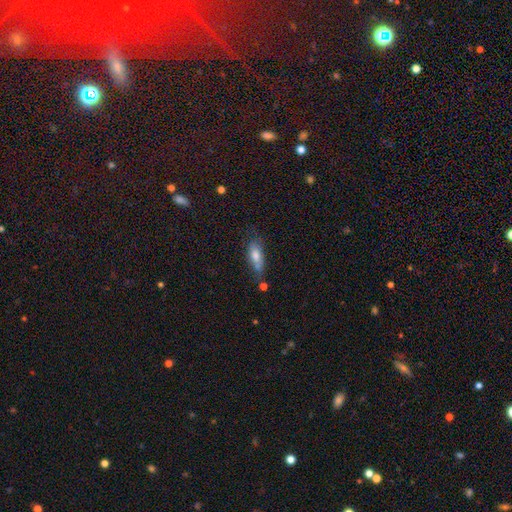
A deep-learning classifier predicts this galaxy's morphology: Smooth or featured: smooth — 63% (featured or disk — 26%)
How rounded: in between — 61% (cigar-shaped — 35%)
Merging: none — 56% (minor disturbance — 24%)